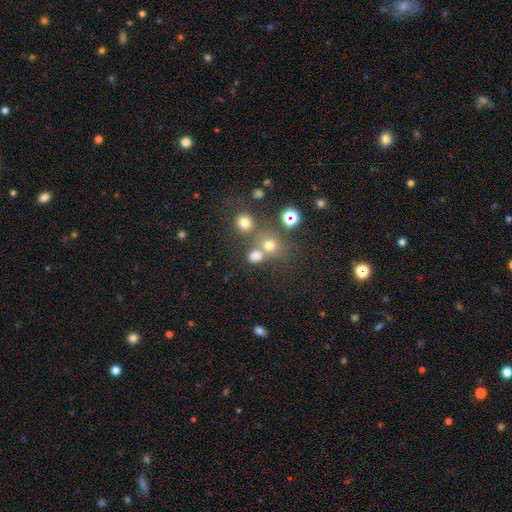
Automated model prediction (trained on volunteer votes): Q: Smooth or featured?
A: smooth (71%); runner-up: star or artifact (20%)
Q: How rounded?
A: round (71%); runner-up: in between (27%)
Q: Merging?
A: none (57%); runner-up: merger (27%)